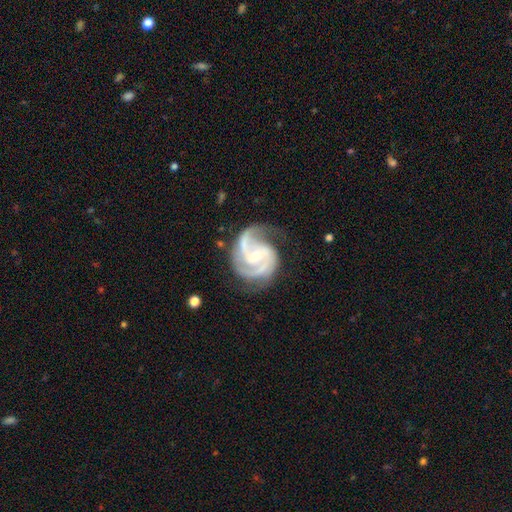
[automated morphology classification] featured or disk 93%, star or artifact 4%, smooth 3%. Down the decision tree: edge-on disk — no (98%); bar — no (44%); spiral arms — yes (98%); spiral arm count — 2 (55%); spiral winding — medium (53%); bulge size — small (54%); merging — none (64%).